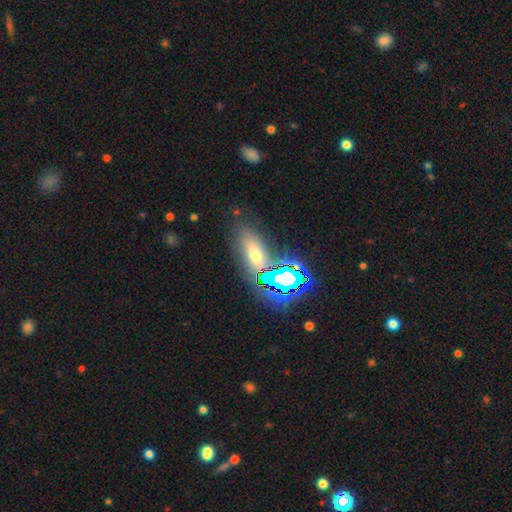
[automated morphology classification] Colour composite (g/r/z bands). It shows a smooth galaxy with no disk features (47%). Merging: none (70%).